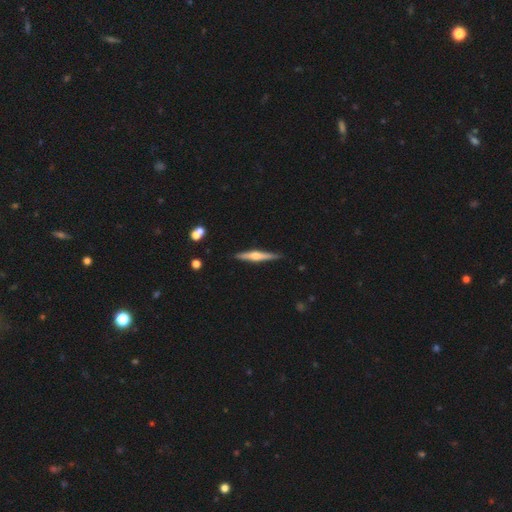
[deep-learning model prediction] Smooth or featured: featured or disk — 68% (smooth — 27%)
Edge-on disk: yes — 98% (no — 2%)
Edge-on bulge: rounded — 87% (boxy — 7%)
Merging: none — 88% (minor disturbance — 9%)